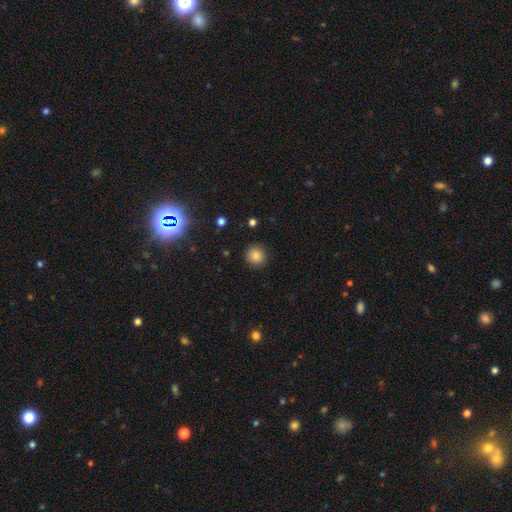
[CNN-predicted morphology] smooth_or_featured: smooth (p=0.83) [alt: star or artifact p=0.12]
how_rounded: round (p=0.92) [alt: in between p=0.07]
merging: none (p=0.90) [alt: minor disturbance p=0.07]